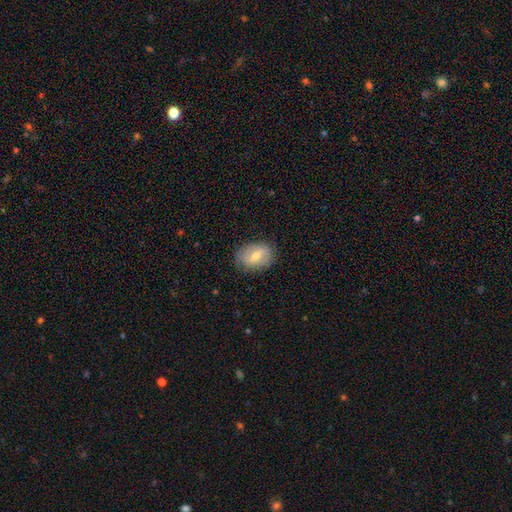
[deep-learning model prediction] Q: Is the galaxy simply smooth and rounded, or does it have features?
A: smooth — 59%.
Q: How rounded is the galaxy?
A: in between — 75%.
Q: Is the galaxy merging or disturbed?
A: none — 81%.